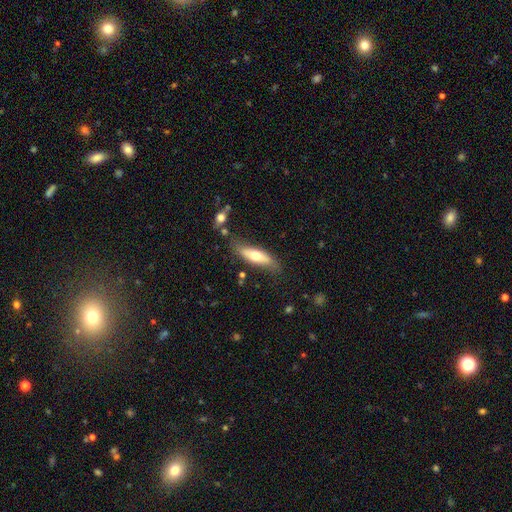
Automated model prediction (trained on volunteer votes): A smooth galaxy with no disk features (56%) that is cigar-shaped (58%).

Vote fractions:
- Smooth or featured? smooth: 56% / featured or disk: 38% / star or artifact: 6%
- How rounded? cigar-shaped: 58% / in between: 40% / round: 2%
- Merging? none: 71% / minor disturbance: 19% / major disturbance: 5% / merger: 4%